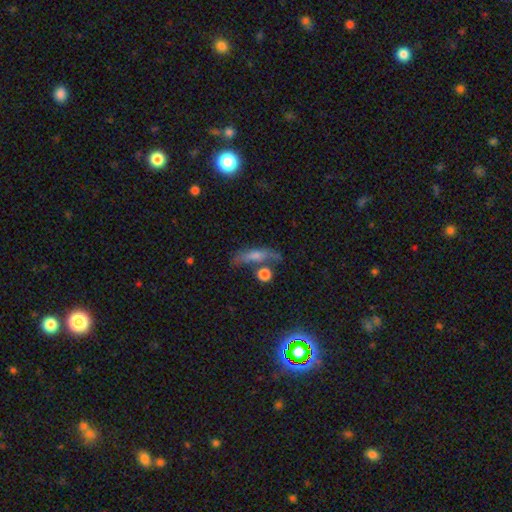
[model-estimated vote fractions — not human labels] Overall: smooth (51%; featured or disk 34%). How rounded: cigar-shaped (61%; in between 31%). Merging: none (55%; minor disturbance 20%).